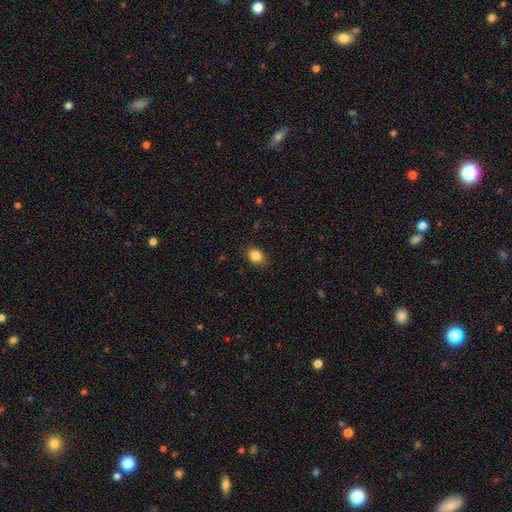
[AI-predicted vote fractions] This appears to be a smooth galaxy with no disk features (85%) that is in between round and cigar-shaped (52%). Merging: none (87%).